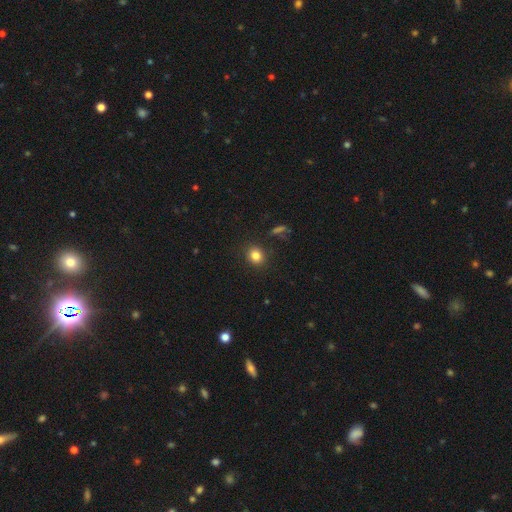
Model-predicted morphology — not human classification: type=smooth (82%); roundness=round (75%); merging=none (89%).